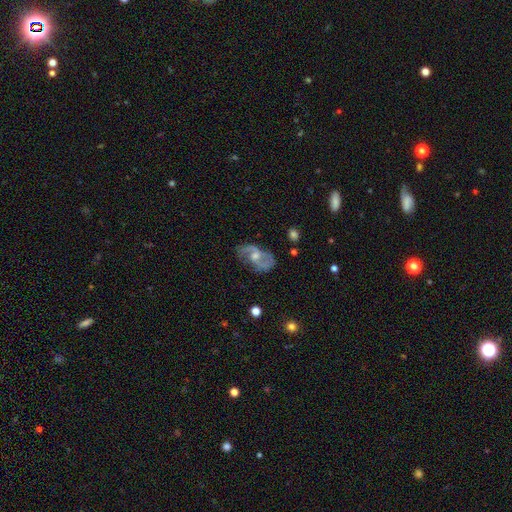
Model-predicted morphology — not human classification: The model was most divided on "spiral winding": medium: 42%, loose: 40%, tight: 19%. Remaining: edge-on disk — no (94%); spiral arms — yes (82%); spiral arm count — 2 (77%); smooth or featured — featured or disk (74%); merging — none (68%); bulge size — moderate (57%); bar — no (47%).